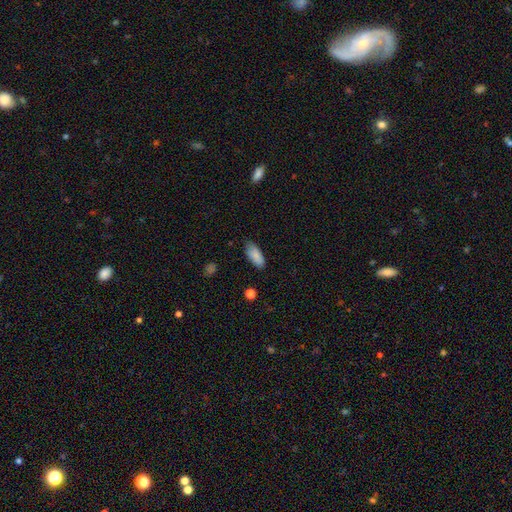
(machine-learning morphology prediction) A smooth galaxy with no disk features (86%) that is in between round and cigar-shaped (82%).

Vote fractions:
- Smooth or featured? smooth: 86% / featured or disk: 7% / star or artifact: 7%
- How rounded? in between: 82% / cigar-shaped: 16% / round: 2%
- Merging? none: 77% / minor disturbance: 18% / major disturbance: 3% / merger: 1%